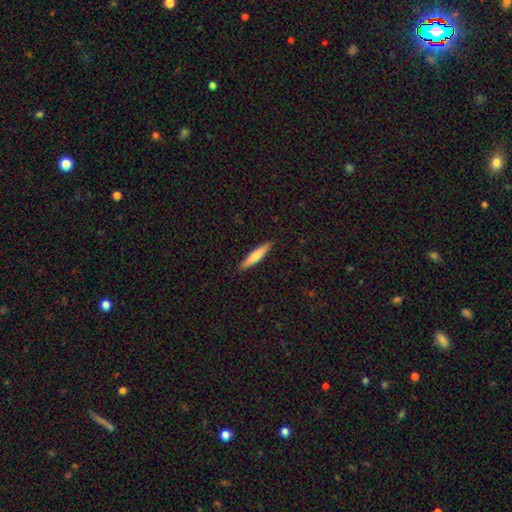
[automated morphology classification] Overall: smooth (63%; featured or disk 31%). How rounded: cigar-shaped (90%). Merging: none (91%).